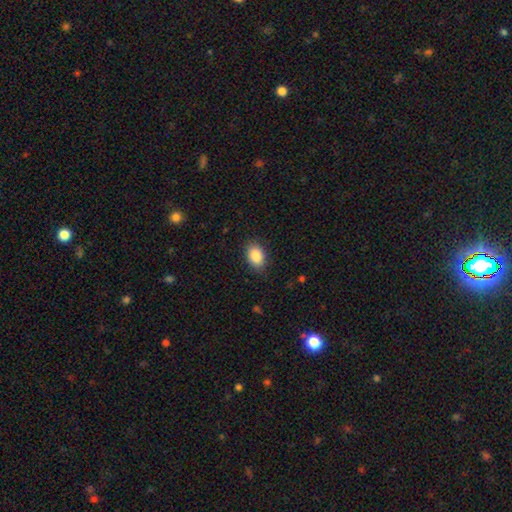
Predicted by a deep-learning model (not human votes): Morphology: type=smooth (87%); roundness=in between (83%); merging=none (86%).